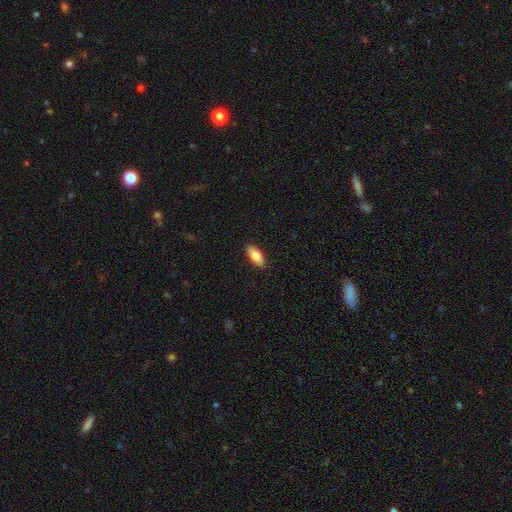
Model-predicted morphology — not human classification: Smooth or featured?
  - smooth: 81% *
  - featured or disk: 13%
  - star or artifact: 6%
How rounded?
  - in between: 77% *
  - cigar-shaped: 21%
  - round: 2%
Merging?
  - none: 89% *
  - minor disturbance: 8%
  - major disturbance: 2%
  - merger: 1%